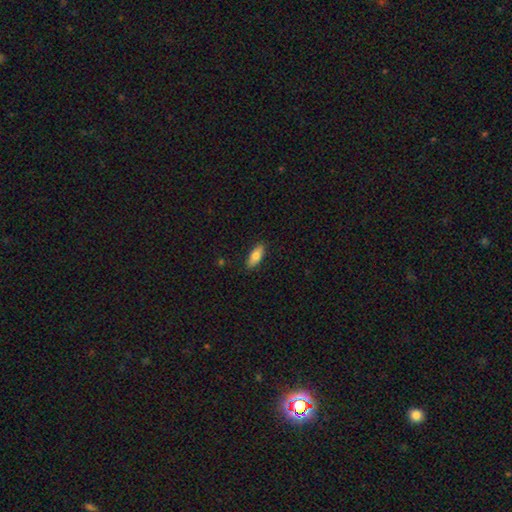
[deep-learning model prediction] Smooth or featured?
  - smooth: 79% *
  - featured or disk: 14%
  - star or artifact: 6%
How rounded?
  - in between: 76% *
  - cigar-shaped: 22%
  - round: 2%
Merging?
  - none: 87% *
  - minor disturbance: 10%
  - major disturbance: 2%
  - merger: 1%